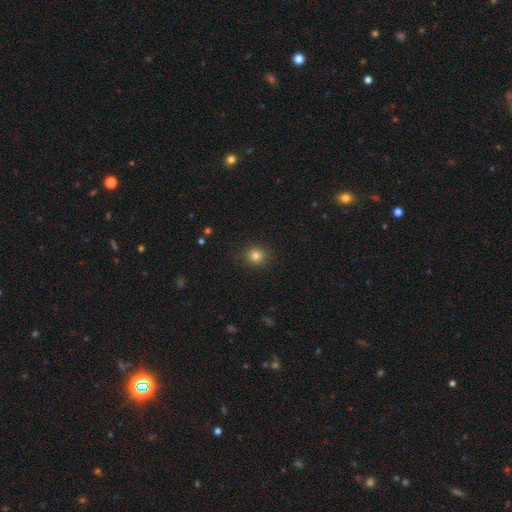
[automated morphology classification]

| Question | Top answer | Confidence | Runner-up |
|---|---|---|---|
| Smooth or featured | smooth | 81% | star or artifact (12%) |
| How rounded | round | 80% | in between (19%) |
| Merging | none | 88% | minor disturbance (8%) |